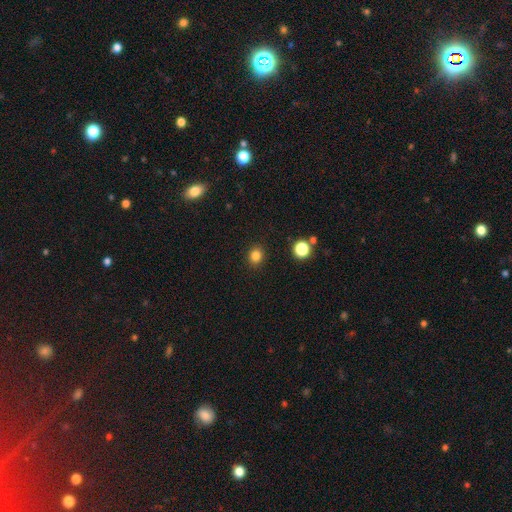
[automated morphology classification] Smooth or featured? Predicted: smooth (p=0.83). How rounded? Predicted: round (p=0.77). Merging? Predicted: none (p=0.90).